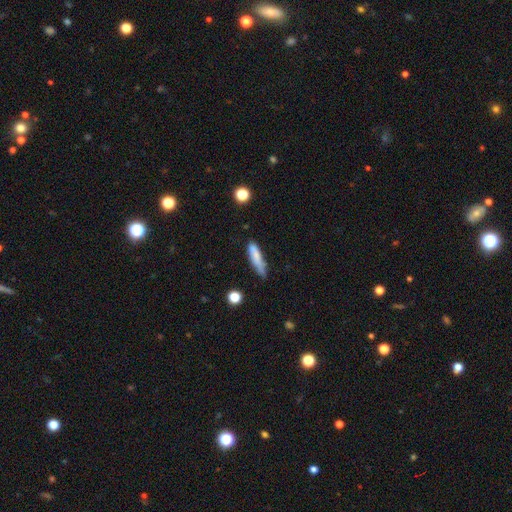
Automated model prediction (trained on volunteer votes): Smooth or featured? Predicted: smooth (p=0.76). How rounded? Predicted: cigar-shaped (p=0.77). Merging? Predicted: none (p=0.53).